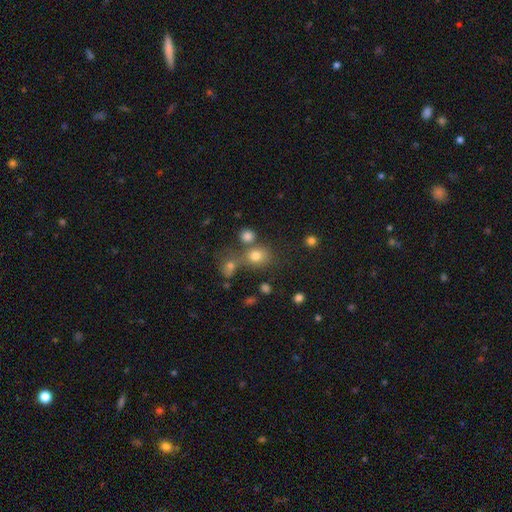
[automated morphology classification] Smooth or featured: smooth — 75% (star or artifact — 16%)
How rounded: round — 70% (in between — 29%)
Merging: none — 55% (merger — 28%)